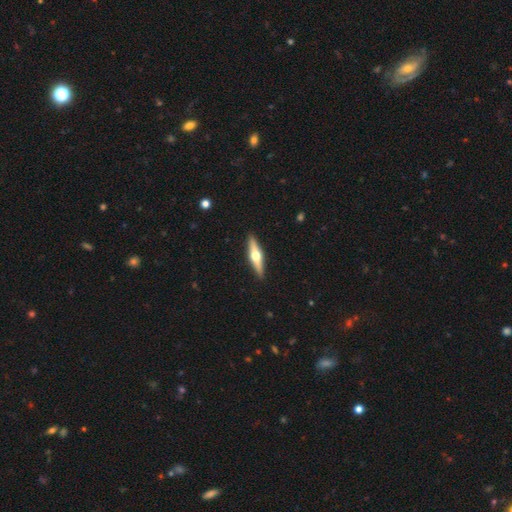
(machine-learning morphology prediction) Overall: featured or disk (67%; smooth 28%). Edge-on disk: yes (97%). Edge-on bulge: rounded (96%). Merging: none (91%).